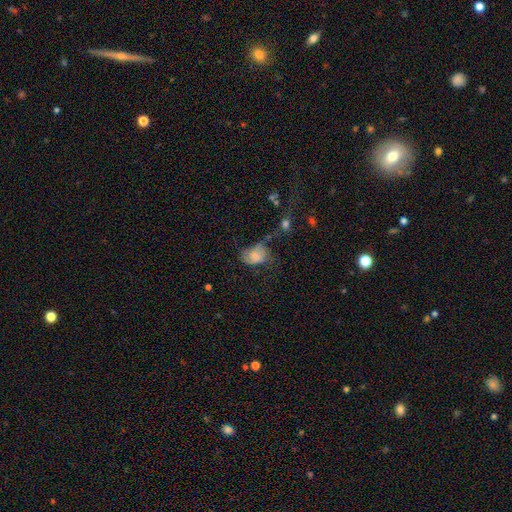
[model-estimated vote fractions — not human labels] Overall: smooth (63%; featured or disk 26%). How rounded: in between (72%). Merging: major disturbance (34%; minor disturbance 30%).